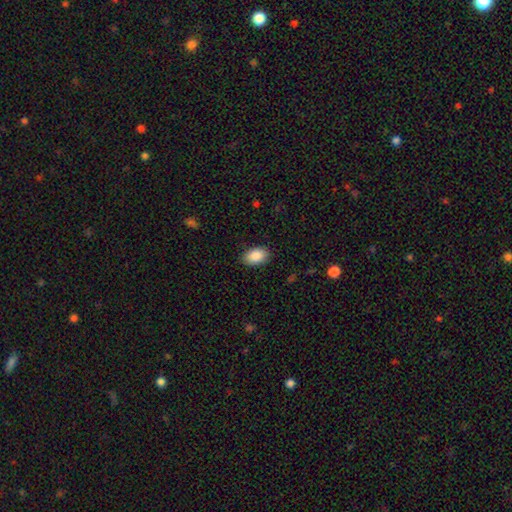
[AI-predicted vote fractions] This appears to be a smooth galaxy with no disk features (89%) that is in between round and cigar-shaped (91%). Merging: none (87%).